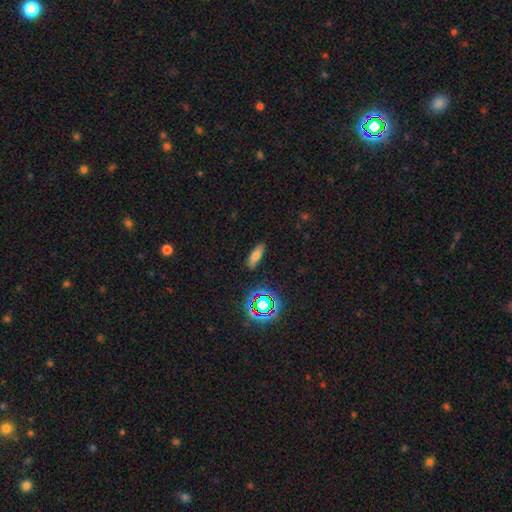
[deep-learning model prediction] Smooth or featured?
  - smooth: 70% *
  - star or artifact: 17%
  - featured or disk: 13%
How rounded?
  - in between: 59% *
  - cigar-shaped: 37%
  - round: 4%
Merging?
  - none: 86% *
  - minor disturbance: 10%
  - major disturbance: 2%
  - merger: 2%